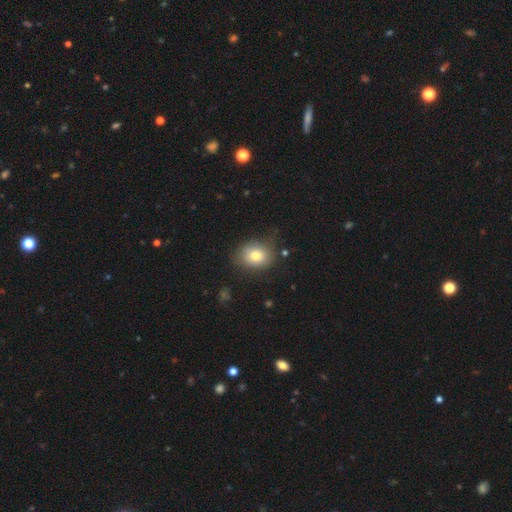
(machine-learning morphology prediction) A smooth galaxy with no disk features (78%) that is round (56%). Merging: none (72%).